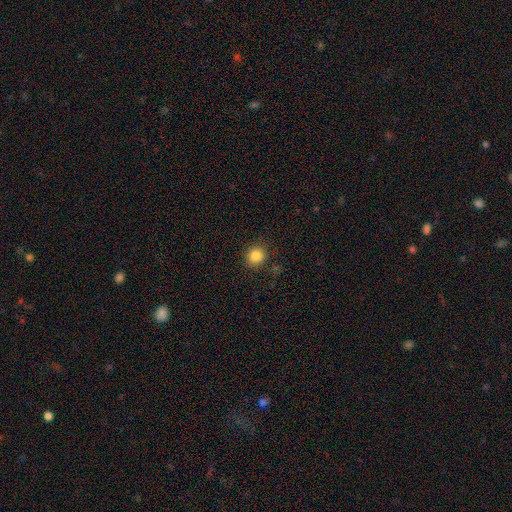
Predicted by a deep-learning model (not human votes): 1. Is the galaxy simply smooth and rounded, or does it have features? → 85% smooth, 11% star or artifact, 4% featured or disk.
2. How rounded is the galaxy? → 86% round, 13% in between, 1% cigar-shaped.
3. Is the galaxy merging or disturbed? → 86% none, 9% minor disturbance, 3% major disturbance, 2% merger.